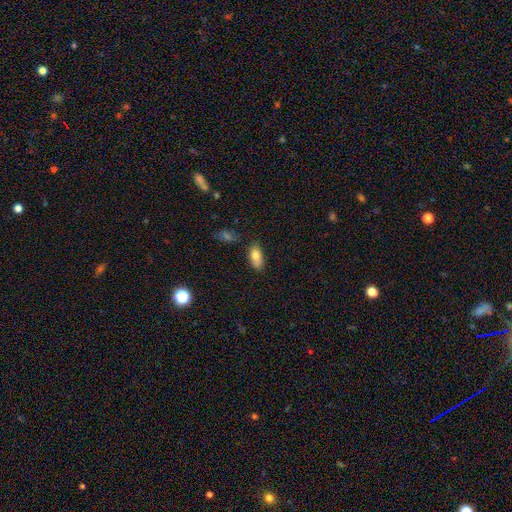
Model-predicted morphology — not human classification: smooth 80%, featured or disk 11%, star or artifact 8%. Down the decision tree: how rounded — in between (89%); merging — none (67%).